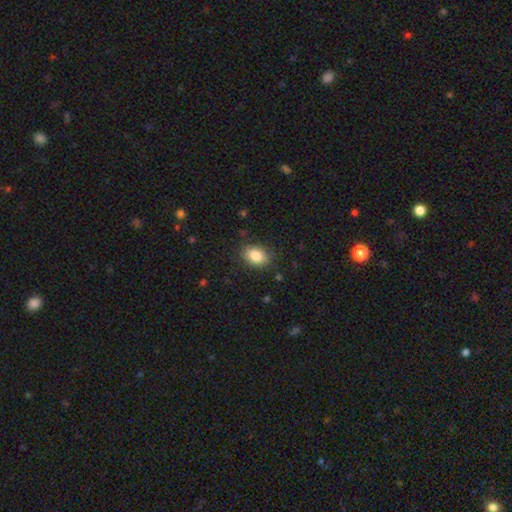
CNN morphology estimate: This is clearly a smooth galaxy (85%). How rounded: likely in between (75%). Merging: clearly none (85%).